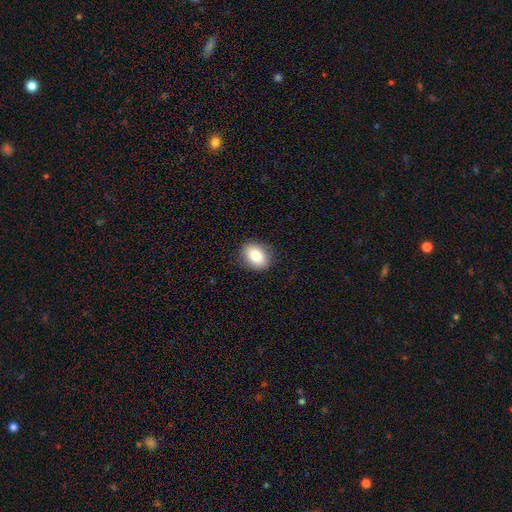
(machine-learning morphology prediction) Smooth or featured? Predicted: smooth (p=0.84). How rounded? Predicted: in between (p=0.72). Merging? Predicted: none (p=0.88).